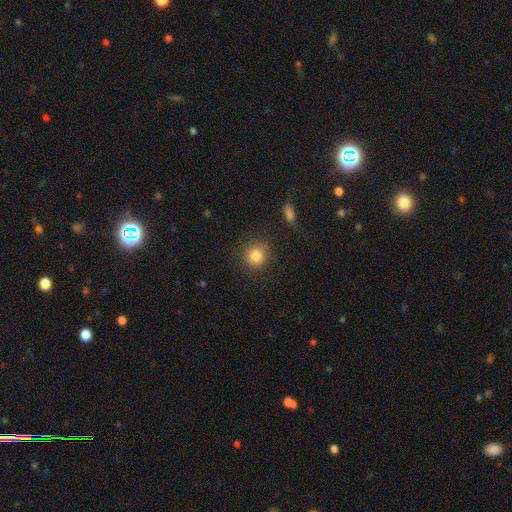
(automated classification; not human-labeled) Smooth or featured: smooth — 83% (star or artifact — 10%)
How rounded: round — 89% (in between — 10%)
Merging: none — 85% (minor disturbance — 10%)